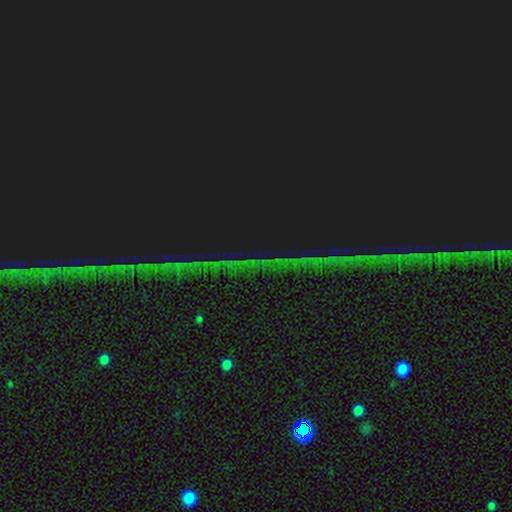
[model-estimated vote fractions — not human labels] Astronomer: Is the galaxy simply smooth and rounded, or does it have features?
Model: star or artifact — 87%.